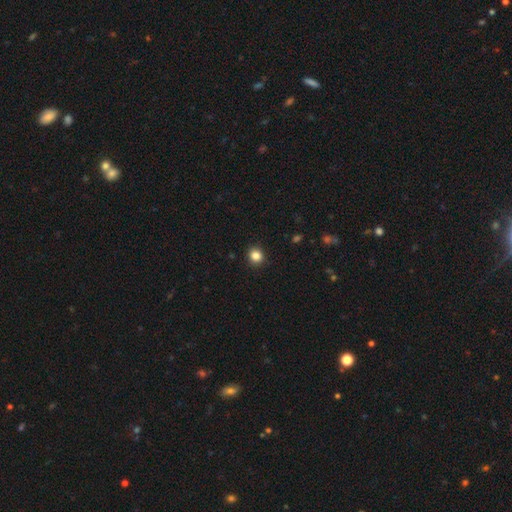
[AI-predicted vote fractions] Q: Smooth or featured?
A: smooth (84%); runner-up: star or artifact (11%)
Q: How rounded?
A: round (88%); runner-up: in between (11%)
Q: Merging?
A: none (92%); runner-up: minor disturbance (6%)